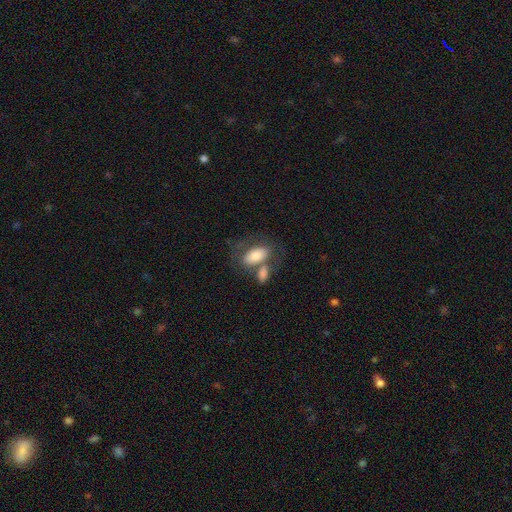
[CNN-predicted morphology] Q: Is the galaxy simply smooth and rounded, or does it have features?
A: smooth — 72%.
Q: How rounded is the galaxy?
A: in between — 91%.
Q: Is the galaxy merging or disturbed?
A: merger — 43%.